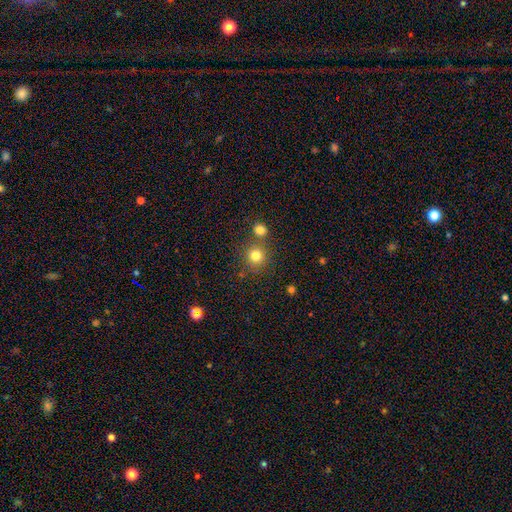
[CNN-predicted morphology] This appears to be a smooth galaxy with no disk features (79%) that is round (92%). Merging: none (74%).